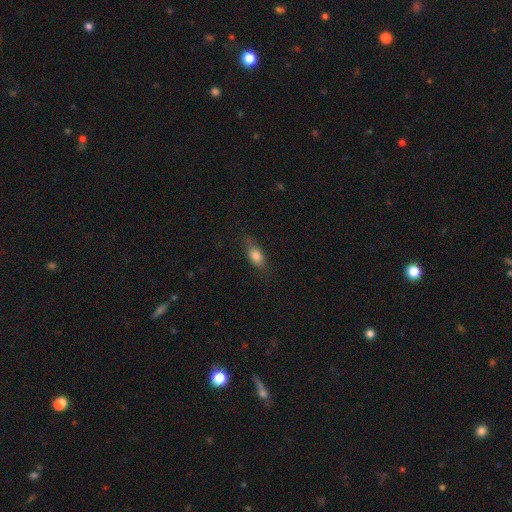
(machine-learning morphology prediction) Overall: smooth (78%). How rounded: in between (78%). Merging: none (74%).